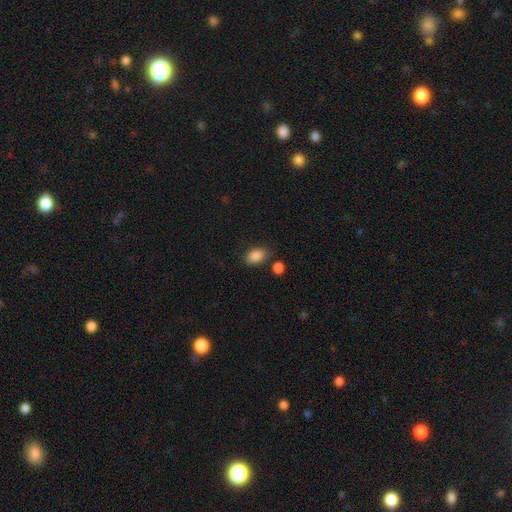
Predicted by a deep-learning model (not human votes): The model was most divided on "merging": none: 73%, minor disturbance: 16%, merger: 7%, major disturbance: 4%. More confident: smooth or featured — smooth (88%); how rounded — in between (86%).